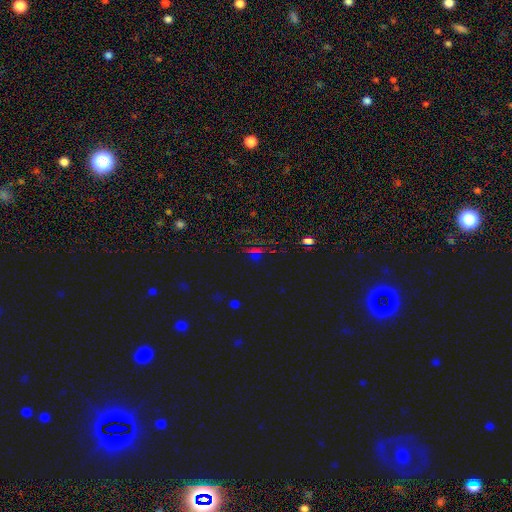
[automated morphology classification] Smooth or featured? star or artifact (68%)